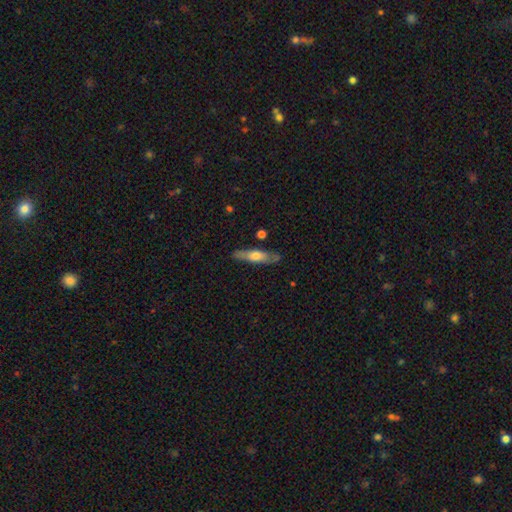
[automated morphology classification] Smooth or featured?
  - smooth: 52% *
  - featured or disk: 42%
  - star or artifact: 6%
How rounded?
  - cigar-shaped: 74% *
  - in between: 24%
  - round: 2%
Merging?
  - none: 80% *
  - minor disturbance: 14%
  - major disturbance: 3%
  - merger: 3%